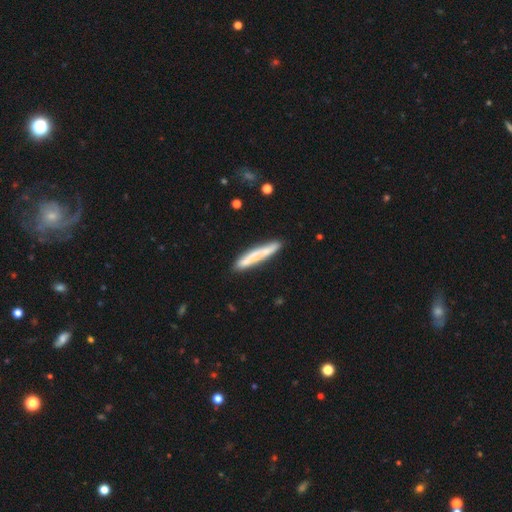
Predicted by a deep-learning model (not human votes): Q: Smooth or featured?
A: smooth (53%); runner-up: featured or disk (40%)
Q: How rounded?
A: cigar-shaped (92%); runner-up: in between (6%)
Q: Merging?
A: none (77%); runner-up: minor disturbance (14%)